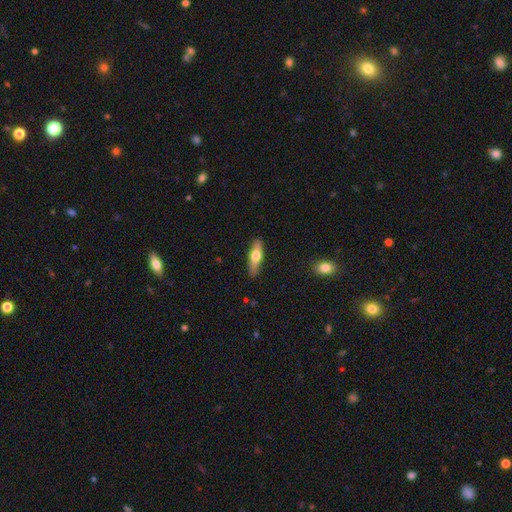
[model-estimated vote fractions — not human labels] smooth 50%, featured or disk 44%, star or artifact 6%. Down the decision tree: how rounded — cigar-shaped (61%); merging — none (86%).